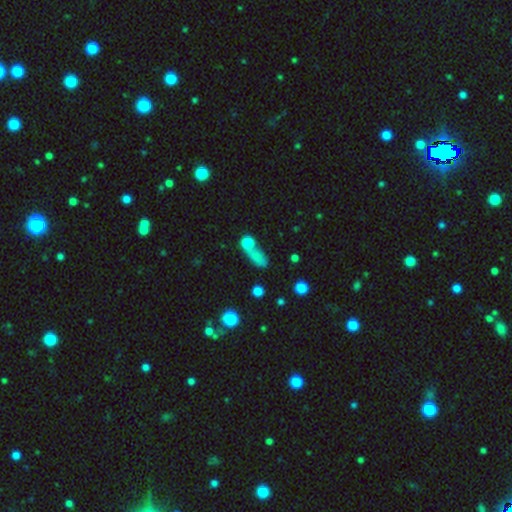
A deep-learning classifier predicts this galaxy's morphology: Smooth or featured? Predicted: smooth (p=0.68). How rounded? Predicted: in between (p=0.52). Merging? Predicted: none (p=0.43).